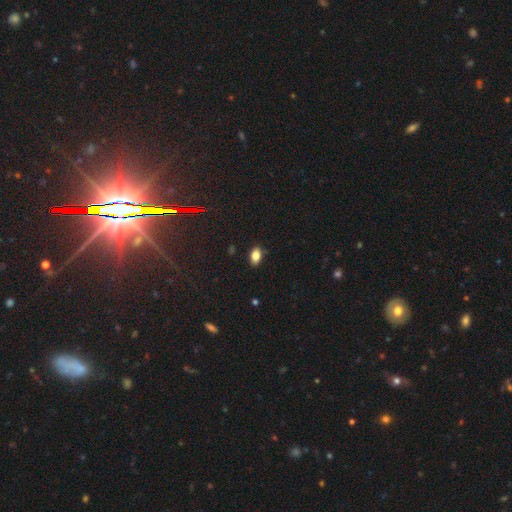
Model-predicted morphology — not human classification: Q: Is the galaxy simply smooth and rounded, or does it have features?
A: smooth — 82%.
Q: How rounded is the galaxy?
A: in between — 87%.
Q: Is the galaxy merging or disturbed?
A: none — 86%.